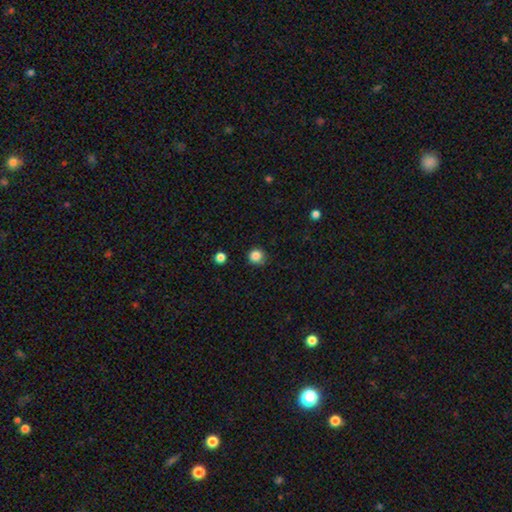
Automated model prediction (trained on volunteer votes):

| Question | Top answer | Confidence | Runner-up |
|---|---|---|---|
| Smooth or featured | smooth | 84% | star or artifact (12%) |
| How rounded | round | 92% | in between (7%) |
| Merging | none | 83% | minor disturbance (13%) |